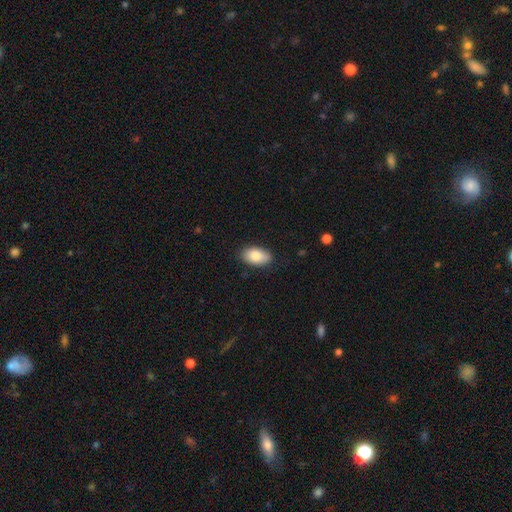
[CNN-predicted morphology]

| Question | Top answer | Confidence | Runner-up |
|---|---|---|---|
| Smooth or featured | smooth | 84% | featured or disk (9%) |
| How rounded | in between | 93% | round (5%) |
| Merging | none | 84% | minor disturbance (12%) |